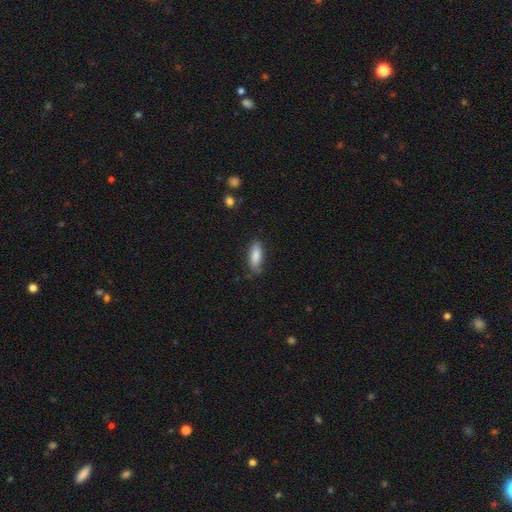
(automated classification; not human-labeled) This is clearly a smooth galaxy (84%). How rounded: likely in between (67%). Merging: likely none (76%).